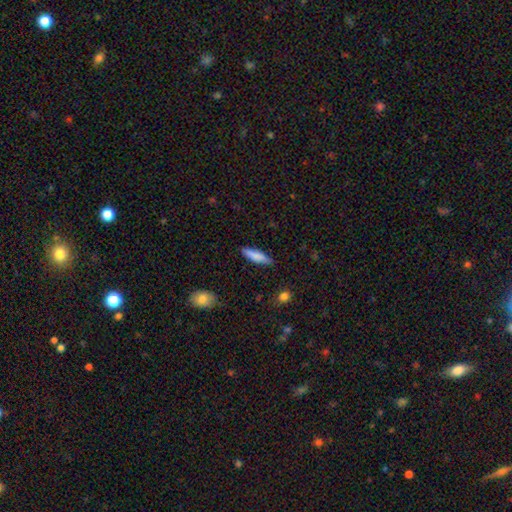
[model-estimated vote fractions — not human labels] Smooth or featured: smooth — 80% (featured or disk — 14%)
How rounded: cigar-shaped — 74% (in between — 25%)
Merging: none — 85% (minor disturbance — 12%)